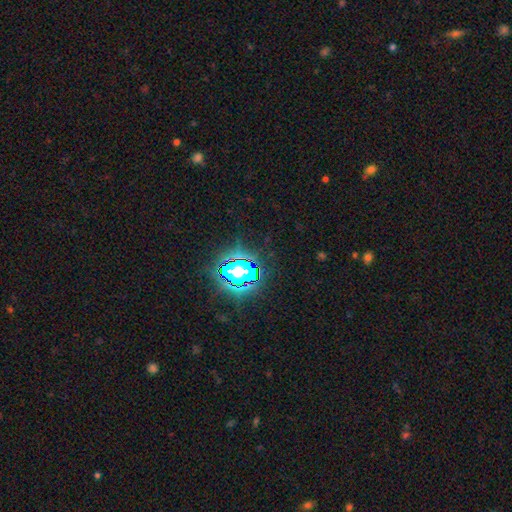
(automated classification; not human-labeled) star or artifact 81%, smooth 12%, featured or disk 7%.